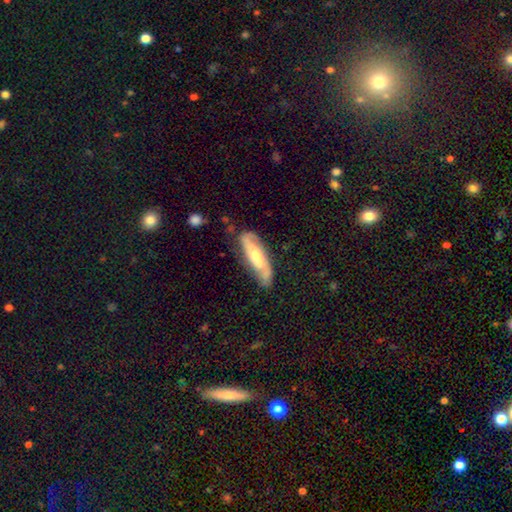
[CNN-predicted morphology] Smooth or featured: featured or disk — 68% (smooth — 26%)
Edge-on disk: no — 77% (yes — 23%)
Bar: no — 42% (weak — 32%)
Spiral arms: yes — 84% (no — 16%)
Bulge size: moderate — 60% (small — 28%)
Merging: none — 69% (minor disturbance — 22%)